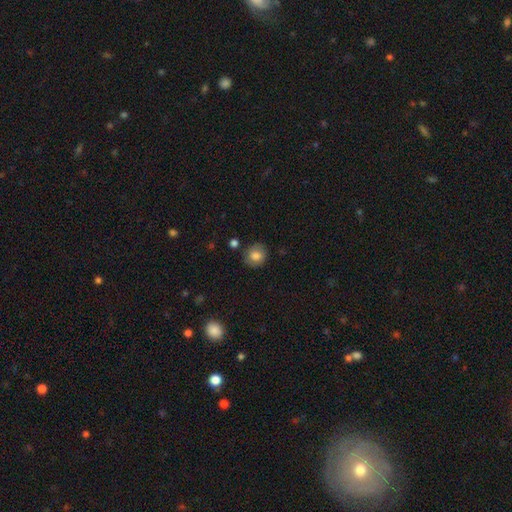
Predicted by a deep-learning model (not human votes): This is likely a smooth galaxy (80%). How rounded: clearly round (80%). Merging: clearly none (81%).